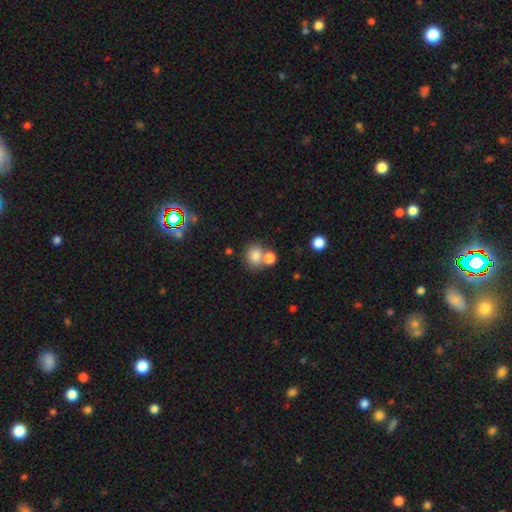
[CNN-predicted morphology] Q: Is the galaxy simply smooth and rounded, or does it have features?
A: smooth — 80%.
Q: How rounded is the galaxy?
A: round — 74%.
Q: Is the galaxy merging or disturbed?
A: none — 53%.